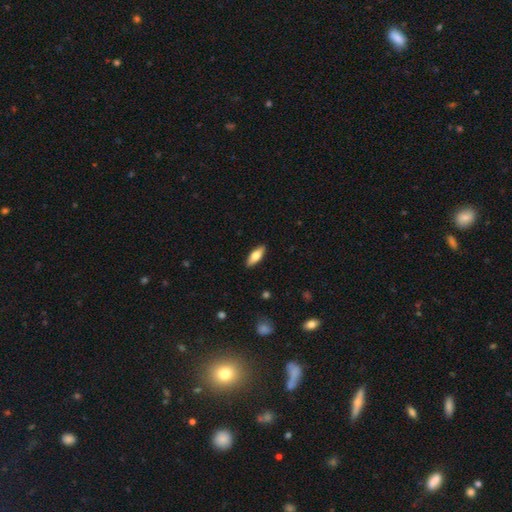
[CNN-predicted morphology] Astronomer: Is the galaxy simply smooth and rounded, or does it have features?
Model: smooth — 67%.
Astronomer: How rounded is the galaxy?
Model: in between — 67%.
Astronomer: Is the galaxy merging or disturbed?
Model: none — 89%.